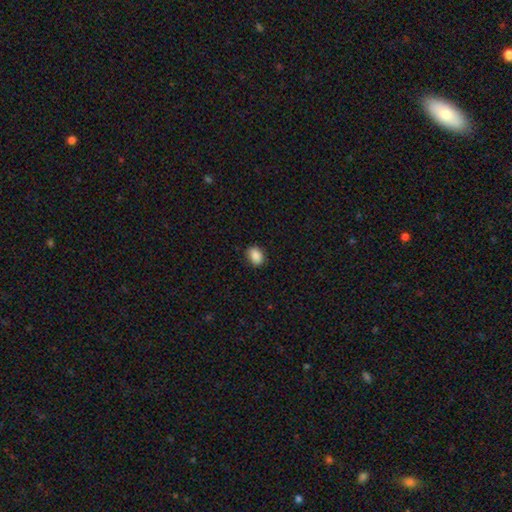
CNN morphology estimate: type=smooth (88%); roundness=in between (76%); merging=none (88%).